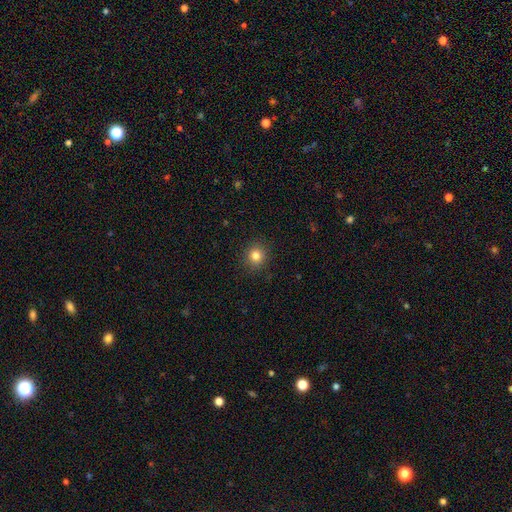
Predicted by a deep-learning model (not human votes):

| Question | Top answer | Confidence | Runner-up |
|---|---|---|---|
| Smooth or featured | smooth | 82% | star or artifact (12%) |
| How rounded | round | 90% | in between (10%) |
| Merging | none | 91% | minor disturbance (6%) |